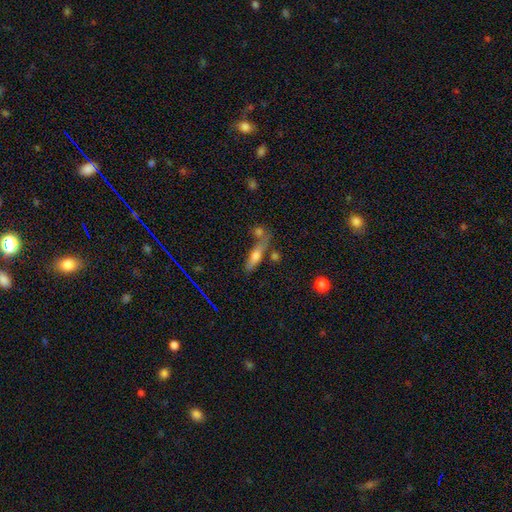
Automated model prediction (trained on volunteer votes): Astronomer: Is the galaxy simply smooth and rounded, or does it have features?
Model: smooth — 57% (runner-up: featured or disk, 33%).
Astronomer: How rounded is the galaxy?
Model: cigar-shaped — 61%.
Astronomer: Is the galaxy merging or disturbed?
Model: none — 53%.